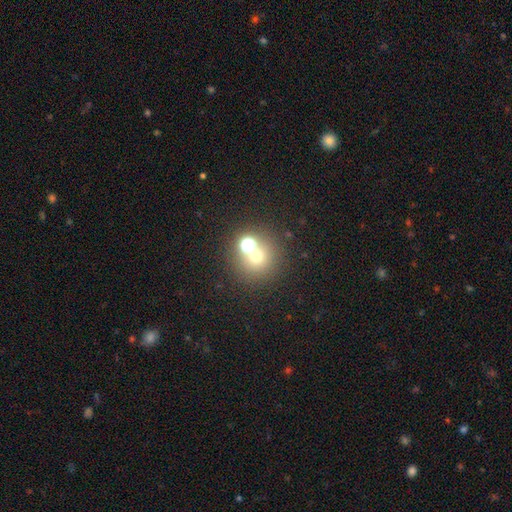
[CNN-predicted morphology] Smooth or featured: smooth — 63% (star or artifact — 25%)
How rounded: round — 90% (in between — 9%)
Merging: none — 61% (merger — 28%)